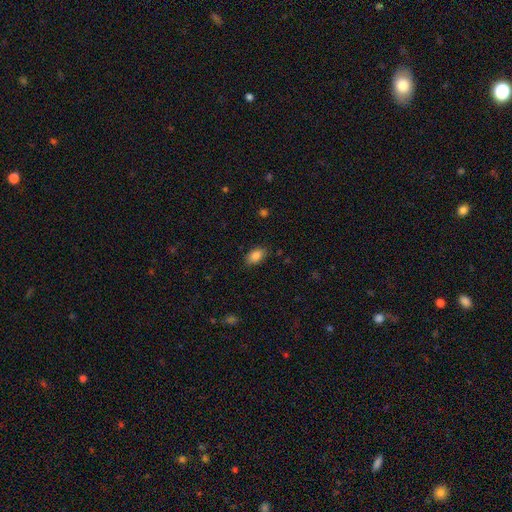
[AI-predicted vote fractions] The model was most divided on "merging": none: 84%, minor disturbance: 12%, major disturbance: 3%, merger: 1%. More confident: how rounded — in between (91%); smooth or featured — smooth (87%).